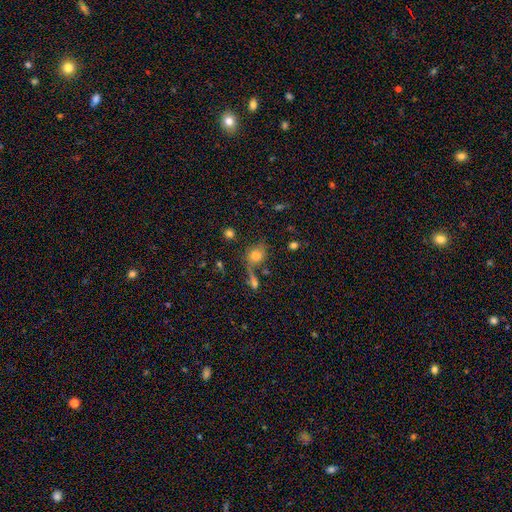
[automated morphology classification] Smooth or featured? Predicted: smooth (p=0.66). How rounded? Predicted: round (p=0.63). Merging? Predicted: none (p=0.46).